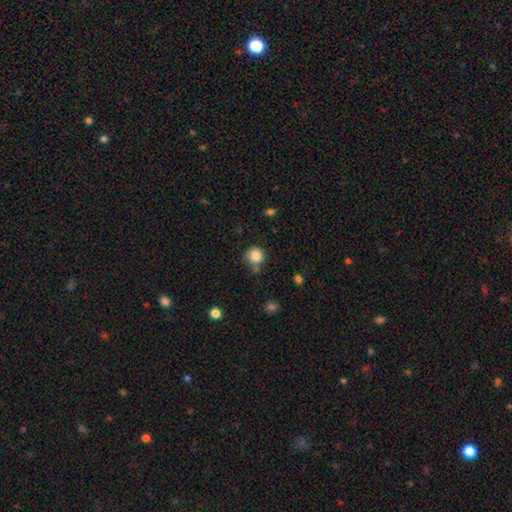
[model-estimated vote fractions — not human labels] A smooth galaxy with no disk features (85%) that is round (92%). Merging: none (75%).